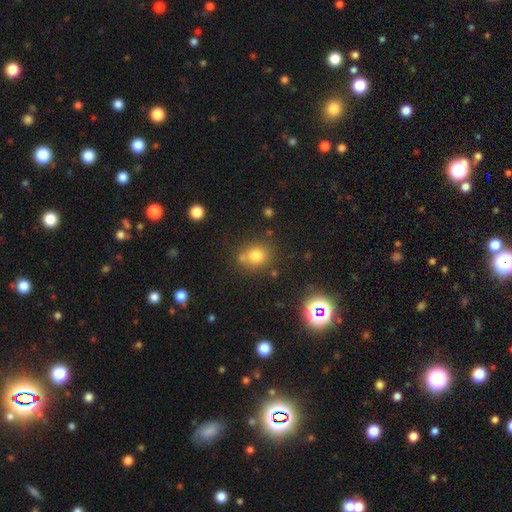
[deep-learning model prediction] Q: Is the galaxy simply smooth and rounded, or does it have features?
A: smooth — 76%.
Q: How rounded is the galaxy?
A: round — 68%.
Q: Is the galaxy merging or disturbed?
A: none — 66%.